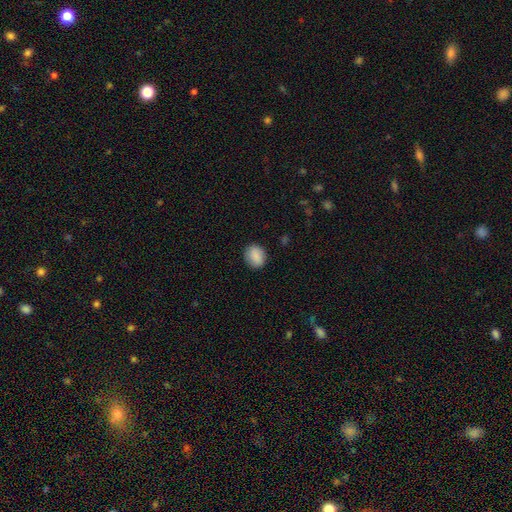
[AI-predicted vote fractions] Smooth or featured? smooth (88%)
How rounded? round (53%)
Merging? none (86%)